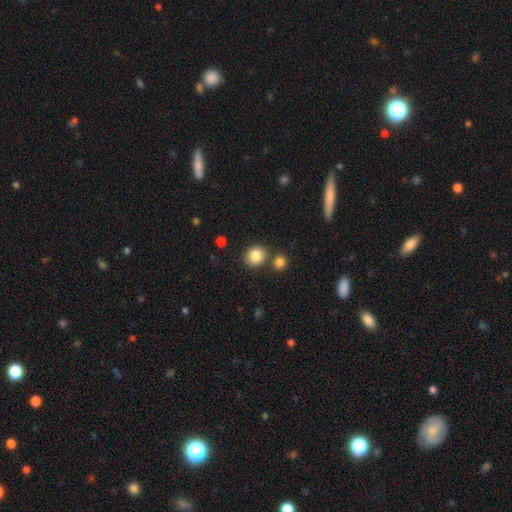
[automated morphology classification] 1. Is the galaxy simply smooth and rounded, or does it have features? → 85% smooth, 9% star or artifact, 5% featured or disk.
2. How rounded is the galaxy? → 80% round, 19% in between, 1% cigar-shaped.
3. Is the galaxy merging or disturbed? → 76% none, 12% merger, 9% minor disturbance, 3% major disturbance.